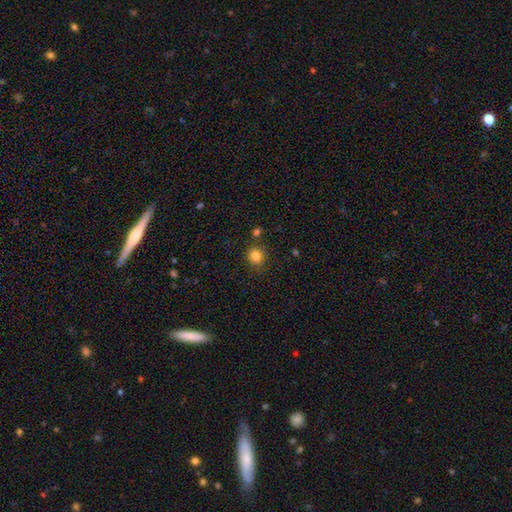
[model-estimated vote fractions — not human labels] Smooth or featured?
  - smooth: 84% *
  - star or artifact: 12%
  - featured or disk: 4%
How rounded?
  - round: 89% *
  - in between: 10%
  - cigar-shaped: 1%
Merging?
  - none: 83% *
  - minor disturbance: 8%
  - merger: 5%
  - major disturbance: 3%